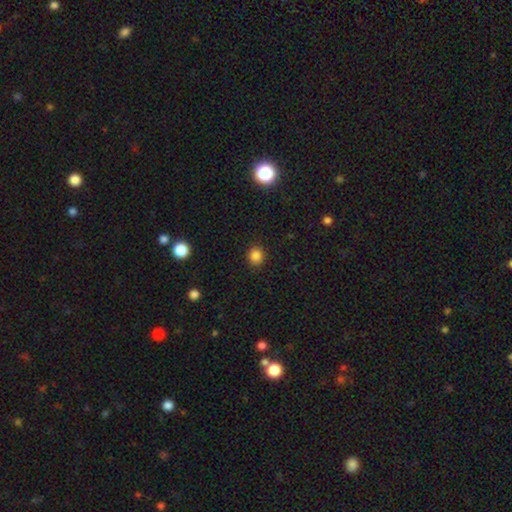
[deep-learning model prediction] Smooth or featured? Predicted: smooth (p=0.84). How rounded? Predicted: round (p=0.83). Merging? Predicted: none (p=0.90).